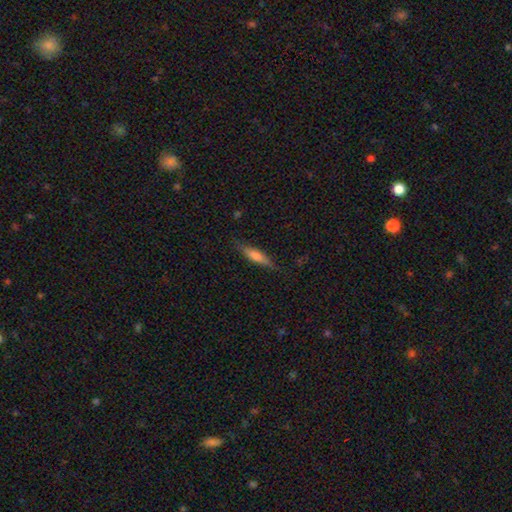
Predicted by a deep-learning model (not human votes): This appears to be a smooth galaxy with no disk features (56%) that is cigar-shaped (78%). Merging: none (82%).